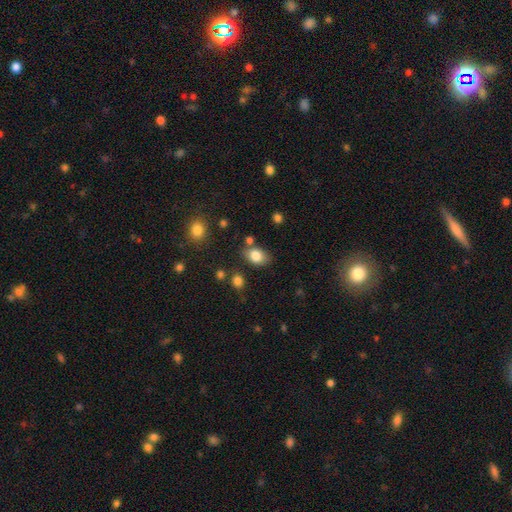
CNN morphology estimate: A smooth galaxy with no disk features (83%) that is in between round and cigar-shaped (76%).

Vote fractions:
- Smooth or featured? smooth: 83% / star or artifact: 9% / featured or disk: 8%
- How rounded? in between: 76% / round: 22% / cigar-shaped: 1%
- Merging? none: 74% / minor disturbance: 15% / merger: 7% / major disturbance: 4%